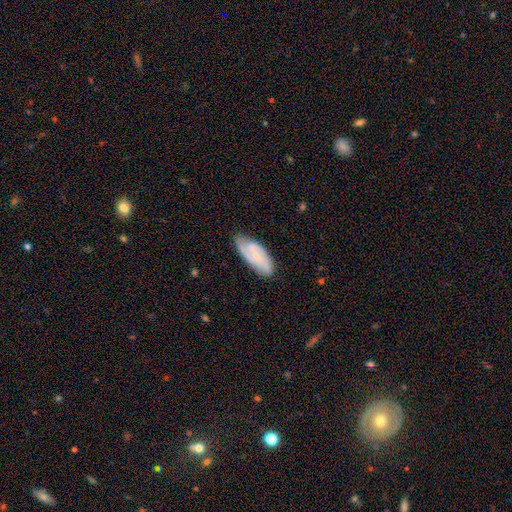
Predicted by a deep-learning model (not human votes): smooth_or_featured: featured or disk (p=0.59) [alt: smooth p=0.35]
disk_edge_on: no (p=0.92) [alt: yes p=0.08]
bar: no (p=0.68) [alt: weak p=0.27]
has_spiral_arms: yes (p=0.87) [alt: no p=0.13]
bulge_size: small (p=0.71) [alt: moderate p=0.19]
merging: none (p=0.69) [alt: minor disturbance p=0.24]